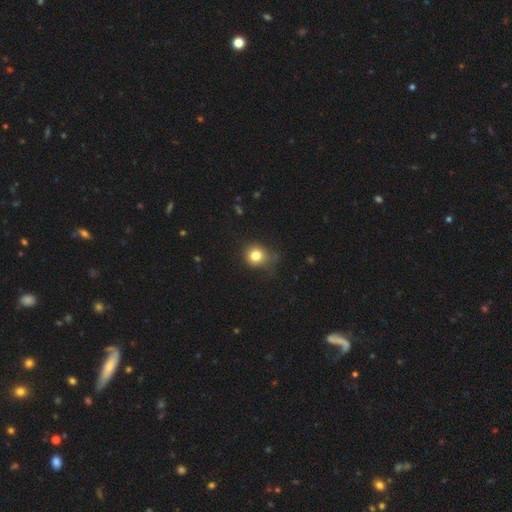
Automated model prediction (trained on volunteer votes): smooth 80%, star or artifact 13%, featured or disk 8%. Down the decision tree: how rounded — round (85%); merging — none (64%).